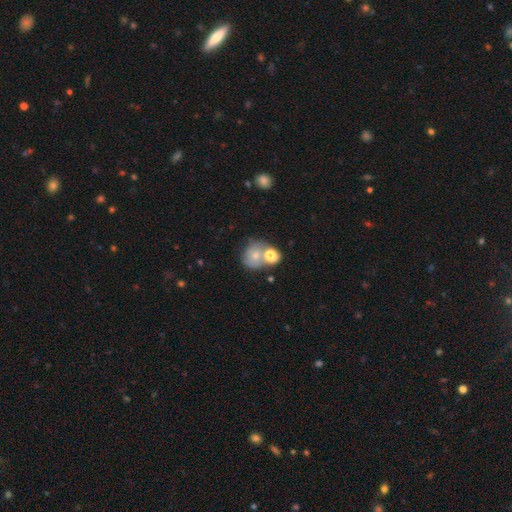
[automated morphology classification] The model was most divided on "merging": merger: 47%, none: 32%, minor disturbance: 13%, major disturbance: 7%. More confident: how rounded — round (71%); smooth or featured — smooth (65%).